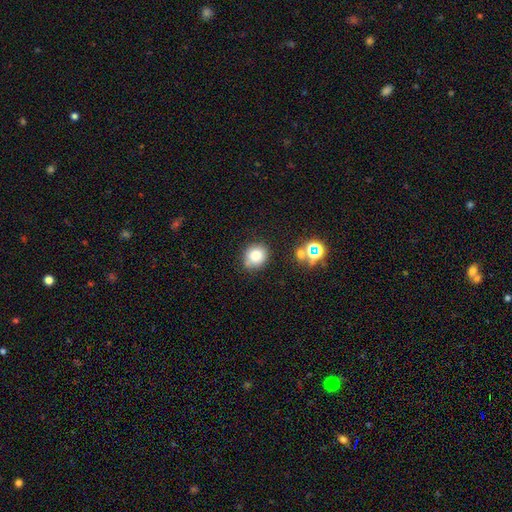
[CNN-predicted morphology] This appears to be a smooth galaxy with no disk features (79%) that is round (77%). Merging: none (75%).